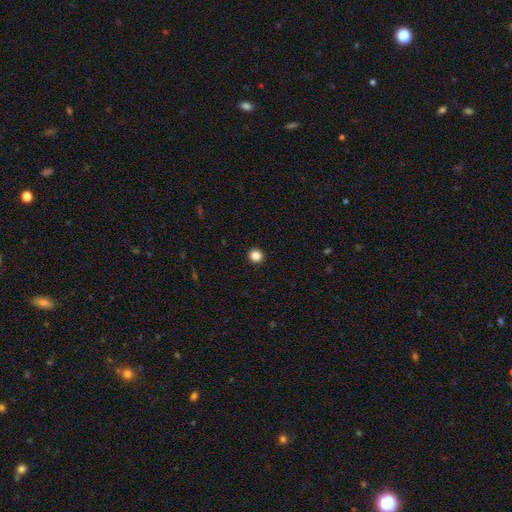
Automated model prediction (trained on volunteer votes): Smooth or featured?
  - smooth: 85% *
  - star or artifact: 11%
  - featured or disk: 3%
How rounded?
  - round: 95% *
  - in between: 4%
  - cigar-shaped: 1%
Merging?
  - none: 94% *
  - minor disturbance: 4%
  - major disturbance: 1%
  - merger: 1%